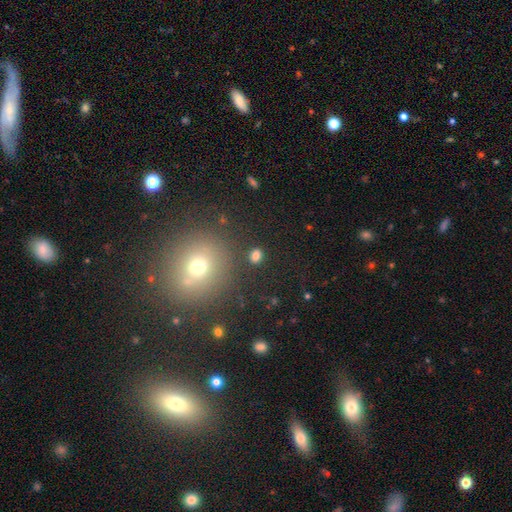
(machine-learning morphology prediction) This is likely a smooth galaxy (79%). How rounded: possibly round (53%). Merging: clearly none (85%).